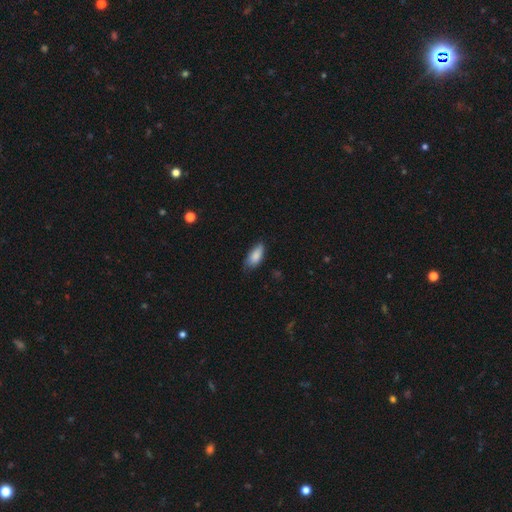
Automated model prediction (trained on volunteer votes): Overall: smooth (87%). How rounded: in between (86%). Merging: none (68%).